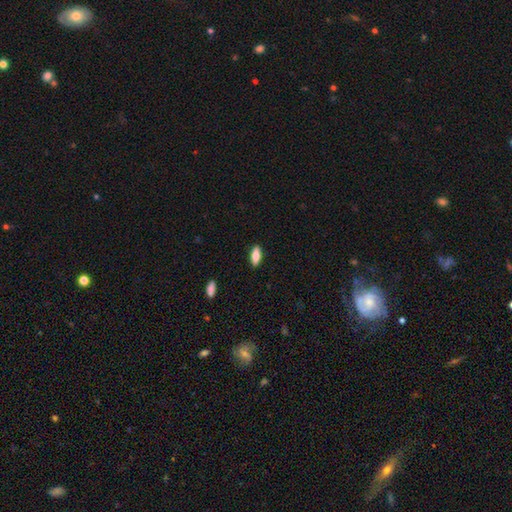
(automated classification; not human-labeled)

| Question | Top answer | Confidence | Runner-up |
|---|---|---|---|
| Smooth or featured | smooth | 78% | featured or disk (15%) |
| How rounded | in between | 71% | cigar-shaped (26%) |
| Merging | none | 88% | minor disturbance (9%) |